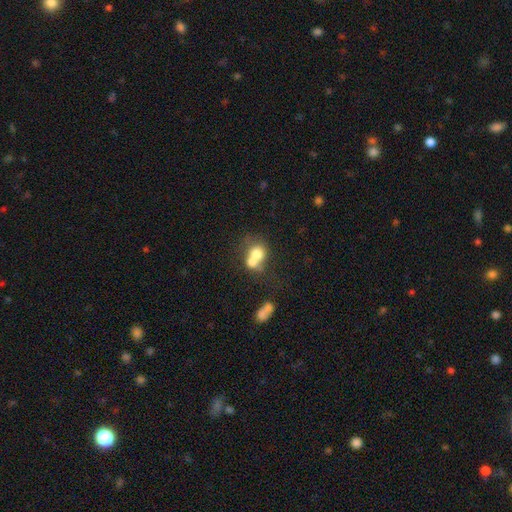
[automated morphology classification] This is likely a smooth galaxy (67%). How rounded: likely round (67%). Merging: likely merger (65%).